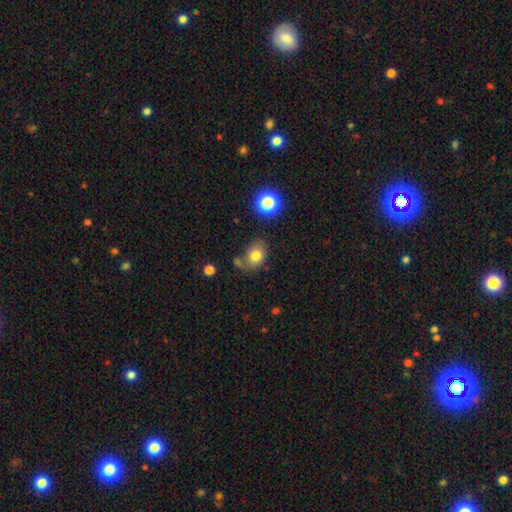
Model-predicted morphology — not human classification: This is likely a smooth galaxy (78%). How rounded: possibly in between (59%). Merging: possibly none (55%).